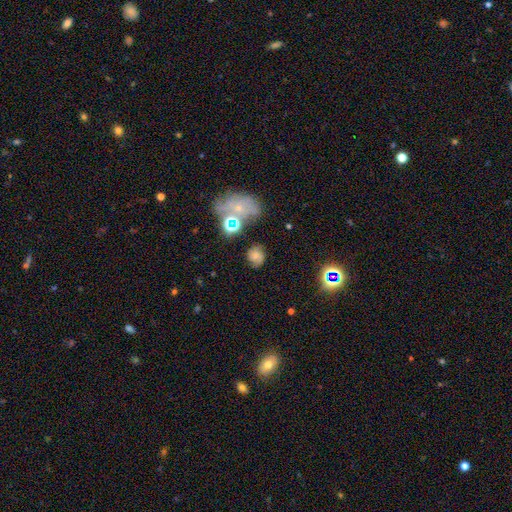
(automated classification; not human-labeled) A featured or disk galaxy (47%).

Vote fractions:
- Smooth or featured? featured or disk: 47% / smooth: 37% / star or artifact: 16%
- Merging? none: 63% / minor disturbance: 21% / major disturbance: 10% / merger: 6%